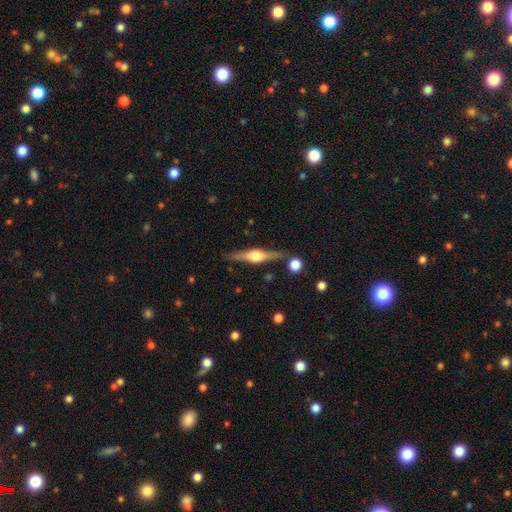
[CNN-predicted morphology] type=featured or disk (78%); edge-on=yes (97%); edge-on bulge=rounded (93%); merging=none (84%).